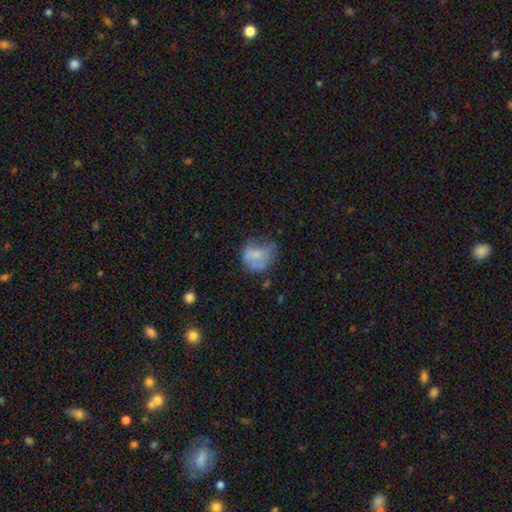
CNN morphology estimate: This is likely a smooth galaxy (63%). How rounded: likely round (65%). Merging: marginally none (39%).